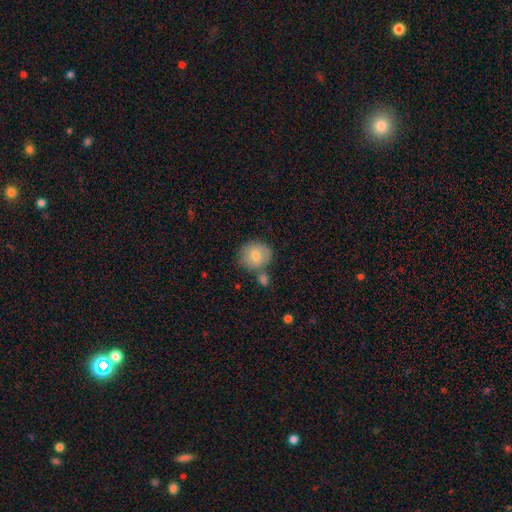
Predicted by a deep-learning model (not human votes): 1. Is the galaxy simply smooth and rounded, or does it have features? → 78% smooth, 15% featured or disk, 8% star or artifact.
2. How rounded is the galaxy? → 80% round, 19% in between, 1% cigar-shaped.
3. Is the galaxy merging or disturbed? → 60% none, 22% merger, 14% minor disturbance, 4% major disturbance.